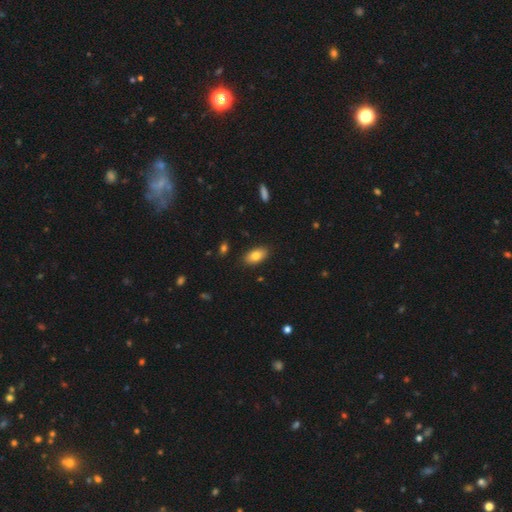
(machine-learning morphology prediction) Overall: smooth (81%). How rounded: in between (92%). Merging: none (87%).